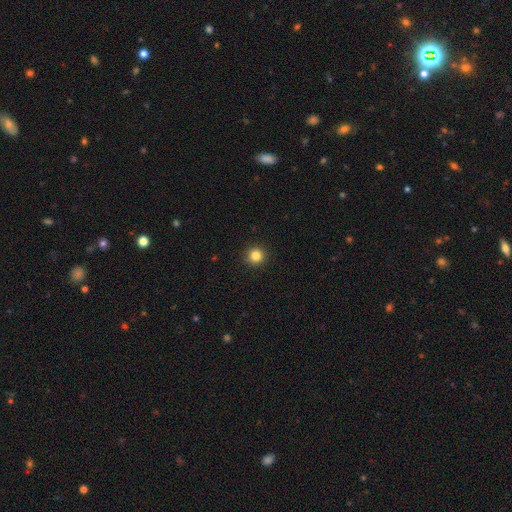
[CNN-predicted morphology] This is clearly a smooth galaxy (84%). How rounded: clearly round (95%). Merging: clearly none (93%).